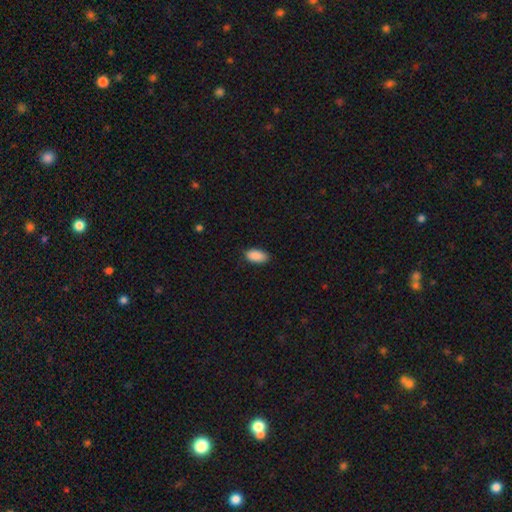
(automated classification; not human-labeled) Smooth or featured? Predicted: smooth (p=0.90). How rounded? Predicted: in between (p=0.94). Merging? Predicted: none (p=0.84).